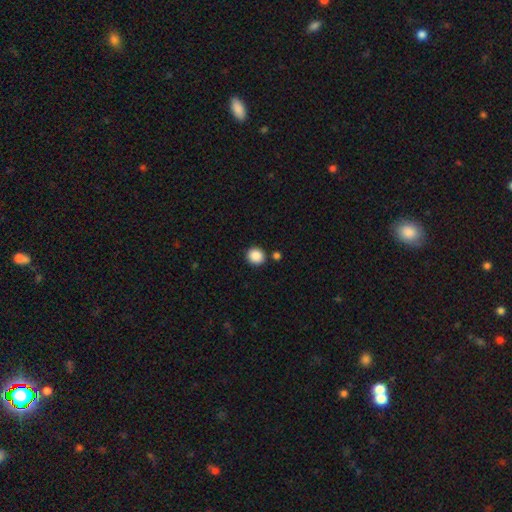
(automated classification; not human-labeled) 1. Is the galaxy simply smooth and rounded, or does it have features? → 88% smooth, 9% star or artifact, 3% featured or disk.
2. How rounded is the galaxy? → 86% round, 13% in between, 1% cigar-shaped.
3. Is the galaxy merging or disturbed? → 86% none, 7% minor disturbance, 5% merger, 2% major disturbance.